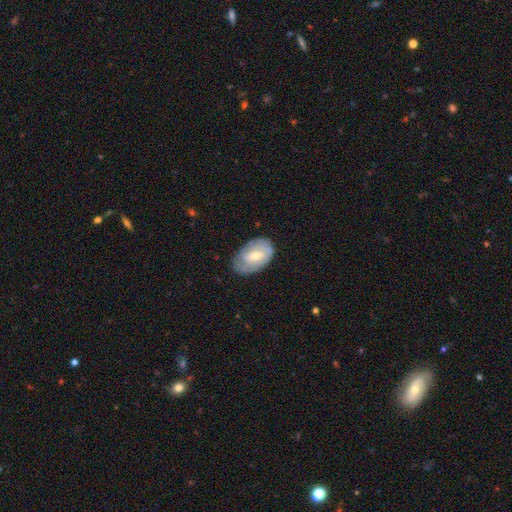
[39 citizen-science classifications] smooth-or-featured: smooth: 59% | featured or disk: 33% | star or artifact: 8%
  how-rounded: in between: 96% | round: 4% | cigar-shaped: 0%
  merging: none: 67% | minor disturbance: 22% | major disturbance: 11% | merger: 0%